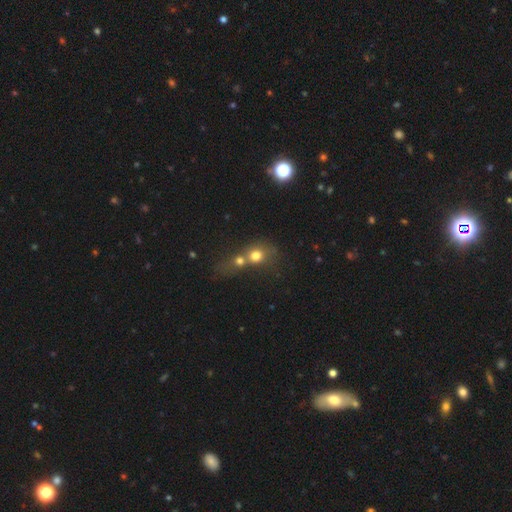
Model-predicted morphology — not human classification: Smooth or featured? Predicted: smooth (p=0.70). How rounded? Predicted: round (p=0.75). Merging? Predicted: merger (p=0.66).